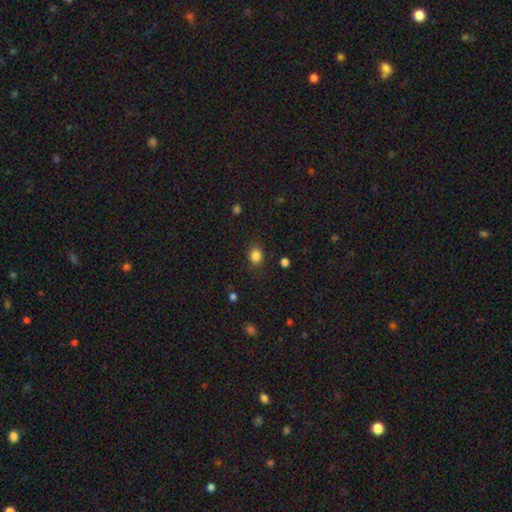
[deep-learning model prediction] smooth_or_featured: smooth (p=0.84) [alt: star or artifact p=0.12]
how_rounded: round (p=0.67) [alt: in between p=0.32]
merging: none (p=0.84) [alt: minor disturbance p=0.11]